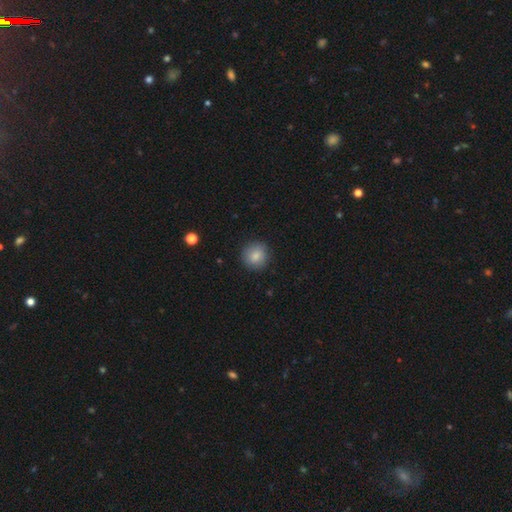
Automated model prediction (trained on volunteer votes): Smooth or featured? smooth (84%)
How rounded? round (91%)
Merging? none (88%)